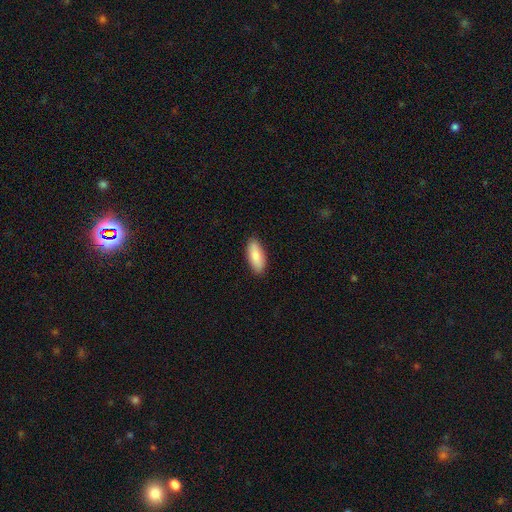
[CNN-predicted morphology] A smooth galaxy with no disk features (86%) that is in between round and cigar-shaped (80%). Merging: none (88%).